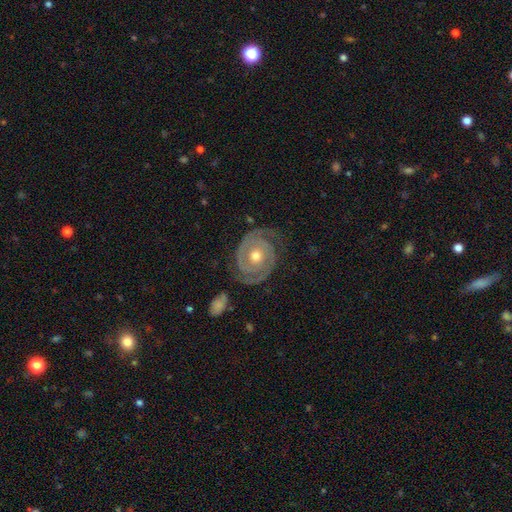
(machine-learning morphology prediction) Overall: featured or disk (91%). Edge-on disk: no (98%). Bar: no (77%). Spiral arms: yes (98%). Spiral arm count: 2 (90%). Spiral winding: tight (75%). Bulge size: moderate (77%). Merging: none (81%).